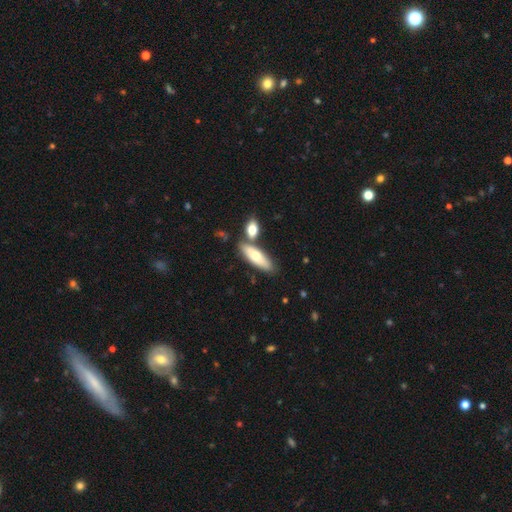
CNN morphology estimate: A smooth galaxy with no disk features (65%) that is in between round and cigar-shaped (57%).

Vote fractions:
- Smooth or featured? smooth: 65% / featured or disk: 30% / star or artifact: 6%
- How rounded? in between: 57% / cigar-shaped: 41% / round: 2%
- Merging? none: 63% / merger: 23% / minor disturbance: 11% / major disturbance: 3%